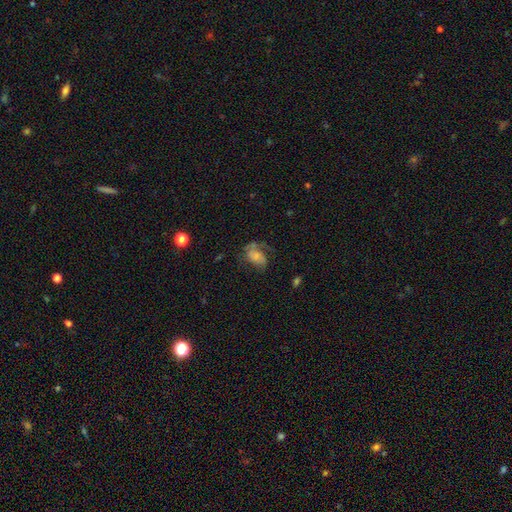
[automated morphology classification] Smooth or featured?
  - smooth: 47% *
  - featured or disk: 42%
  - star or artifact: 10%
Merging?
  - none: 38% *
  - major disturbance: 33%
  - minor disturbance: 25%
  - merger: 4%